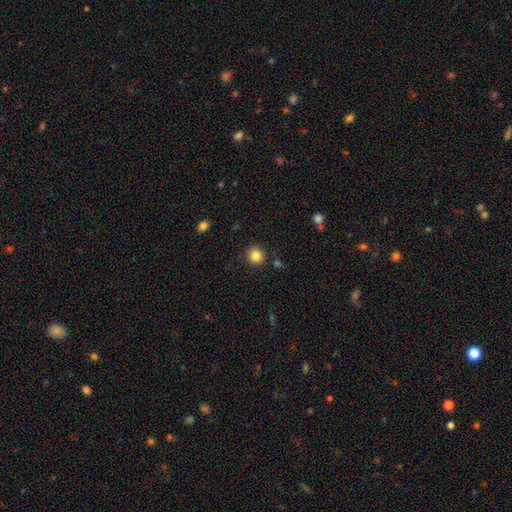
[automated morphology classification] Smooth or featured: smooth — 84% (star or artifact — 11%)
How rounded: round — 91% (in between — 8%)
Merging: none — 88% (minor disturbance — 7%)